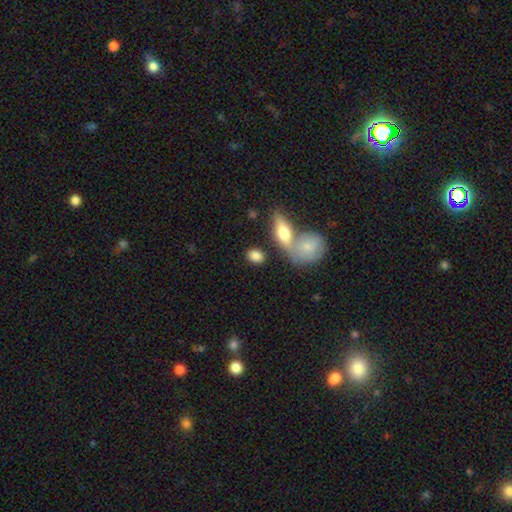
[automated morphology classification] This appears to be a smooth galaxy with no disk features (82%) that is in between round and cigar-shaped (75%). Merging: none (66%).